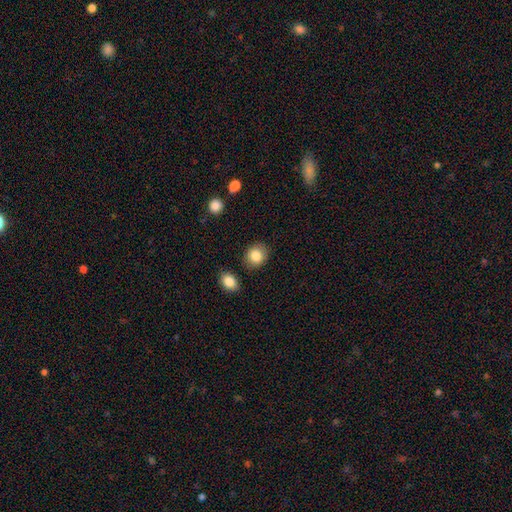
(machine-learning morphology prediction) smooth-or-featured: smooth: 85% | star or artifact: 8% | featured or disk: 7%
  how-rounded: round: 67% | in between: 32% | cigar-shaped: 1%
  merging: none: 84% | minor disturbance: 10% | merger: 3% | major disturbance: 3%